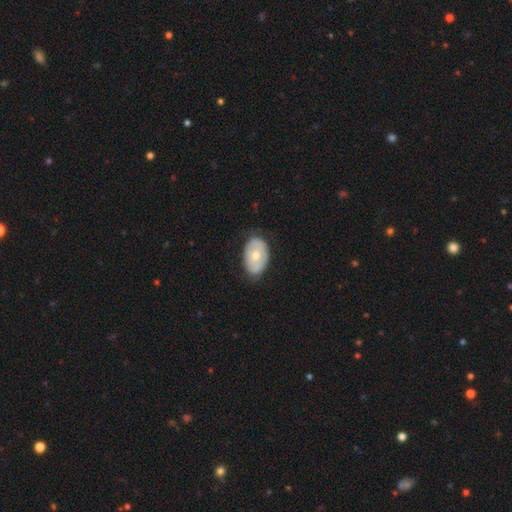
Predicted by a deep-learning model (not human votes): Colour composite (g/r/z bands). It shows a smooth galaxy with no disk features (58%) that is in between round and cigar-shaped (86%). Merging: none (76%).